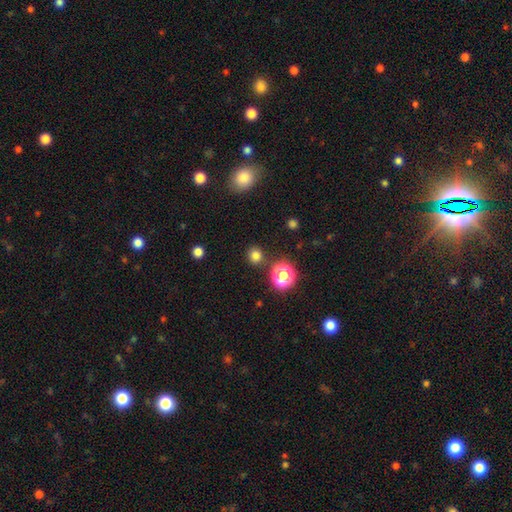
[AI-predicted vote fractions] A smooth galaxy with no disk features (77%) that is round (85%).

Vote fractions:
- Smooth or featured? smooth: 77% / star or artifact: 18% / featured or disk: 5%
- How rounded? round: 85% / in between: 14% / cigar-shaped: 1%
- Merging? none: 84% / minor disturbance: 8% / merger: 5% / major disturbance: 3%